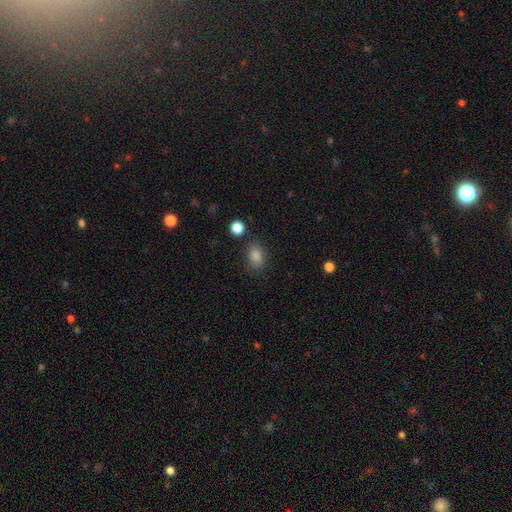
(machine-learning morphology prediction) This is clearly a smooth galaxy (82%). How rounded: likely in between (69%). Merging: clearly none (82%).